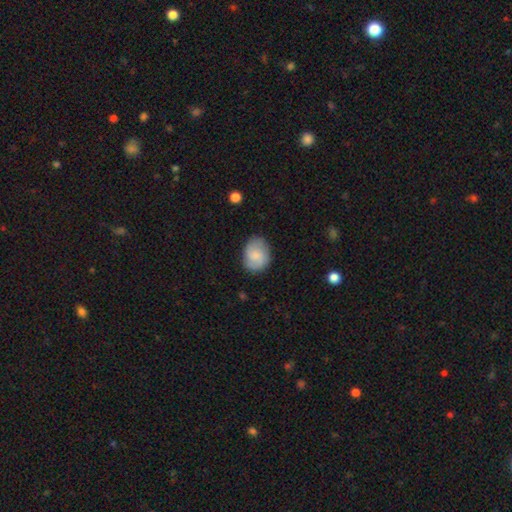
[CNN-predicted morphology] smooth_or_featured: smooth (p=0.47) [alt: featured or disk p=0.46]
merging: none (p=0.80) [alt: minor disturbance p=0.15]